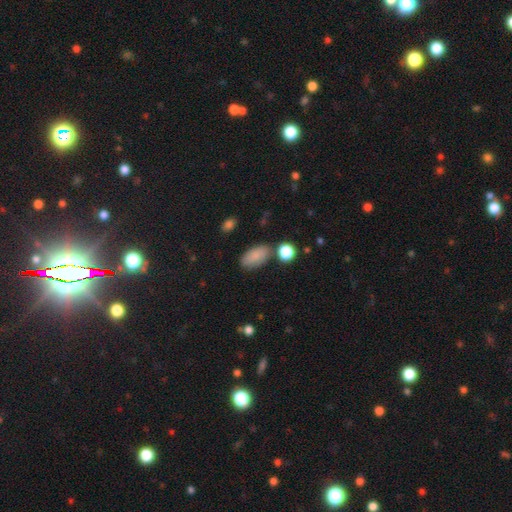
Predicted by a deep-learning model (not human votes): smooth-or-featured: smooth: 84% | featured or disk: 8% | star or artifact: 8%
  how-rounded: in between: 91% | round: 5% | cigar-shaped: 4%
  merging: none: 73% | minor disturbance: 15% | merger: 8% | major disturbance: 4%